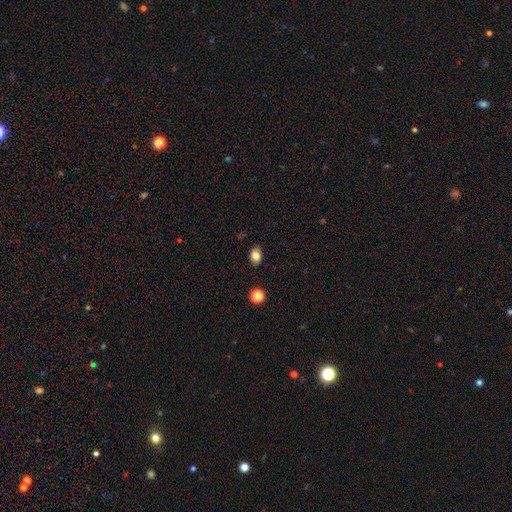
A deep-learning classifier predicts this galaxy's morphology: This appears to be a smooth galaxy with no disk features (82%) that is in between round and cigar-shaped (77%). Merging: none (87%).